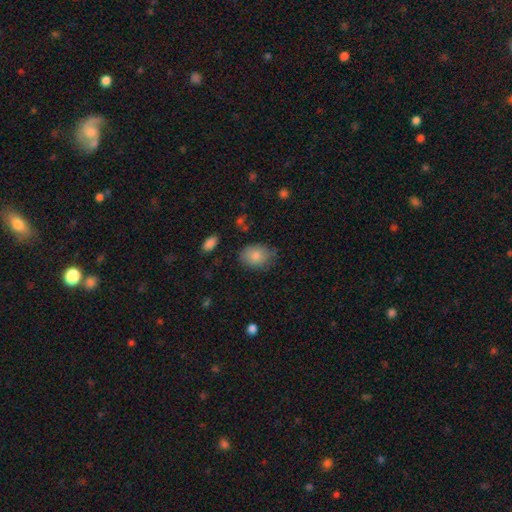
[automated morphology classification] smooth_or_featured: smooth (p=0.84) [alt: featured or disk p=0.08]
how_rounded: in between (p=0.67) [alt: round p=0.32]
merging: none (p=0.72) [alt: minor disturbance p=0.21]